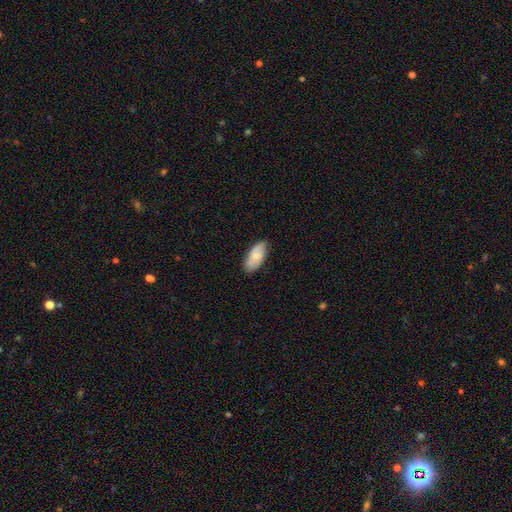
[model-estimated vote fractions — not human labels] This is likely a smooth galaxy (71%). How rounded: clearly in between (90%). Merging: likely none (78%).